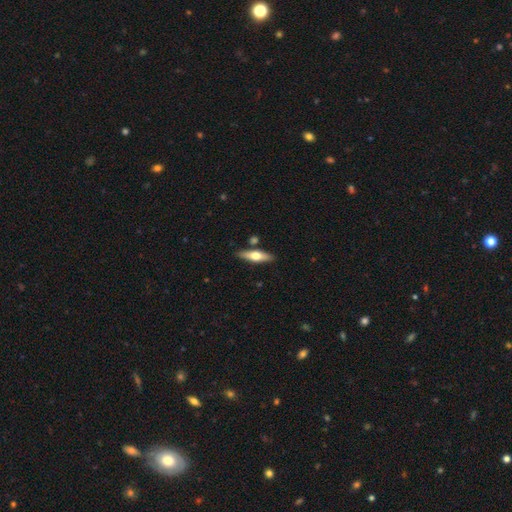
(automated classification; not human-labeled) smooth-or-featured: smooth: 48% | featured or disk: 46% | star or artifact: 6%
  merging: none: 82% | minor disturbance: 10% | merger: 6% | major disturbance: 2%